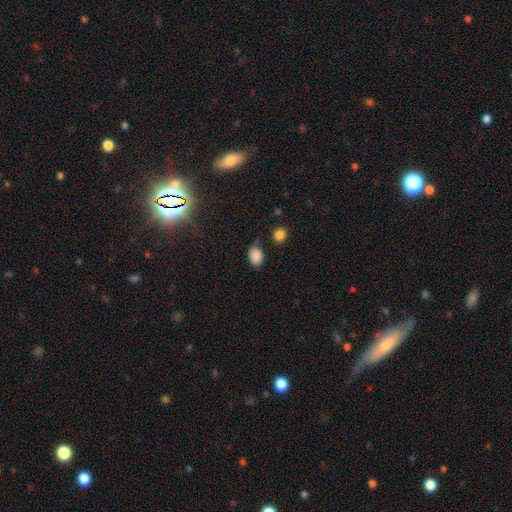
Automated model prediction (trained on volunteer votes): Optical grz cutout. It shows a smooth galaxy with no disk features (86%) that is in between round and cigar-shaped (78%). Merging: none (72%).